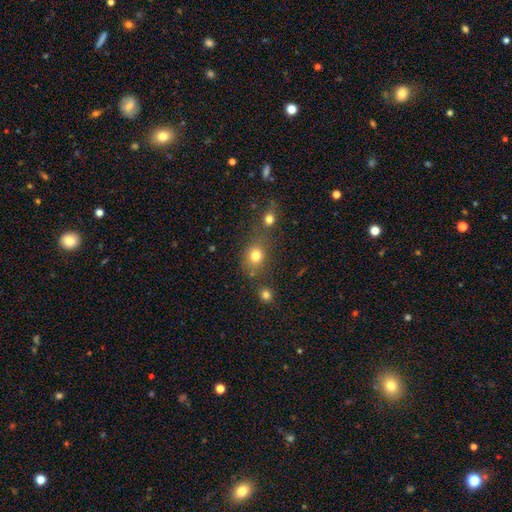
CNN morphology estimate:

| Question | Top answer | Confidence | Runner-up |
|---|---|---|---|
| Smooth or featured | smooth | 78% | star or artifact (14%) |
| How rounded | round | 66% | in between (33%) |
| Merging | none | 59% | merger (23%) |